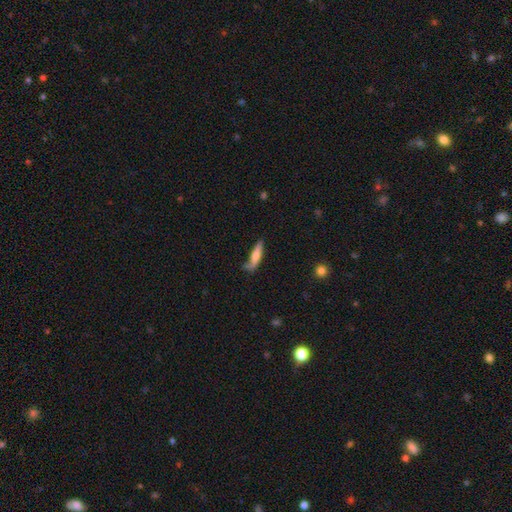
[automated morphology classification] smooth-or-featured: smooth: 62% | featured or disk: 32% | star or artifact: 6%
  how-rounded: cigar-shaped: 78% | in between: 20% | round: 2%
  merging: none: 56% | minor disturbance: 28% | major disturbance: 10% | merger: 6%